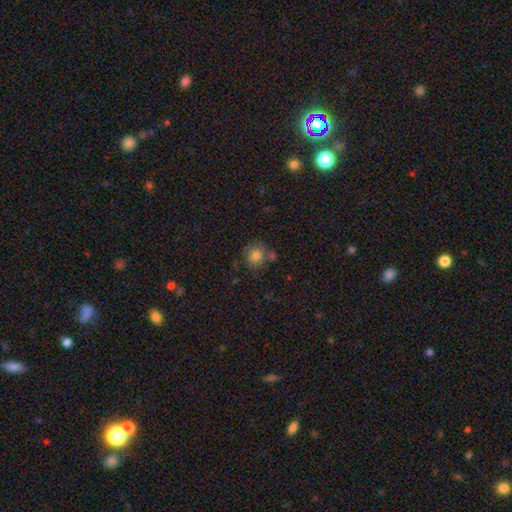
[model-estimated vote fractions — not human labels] Smooth or featured? smooth (81%)
How rounded? round (87%)
Merging? none (70%)